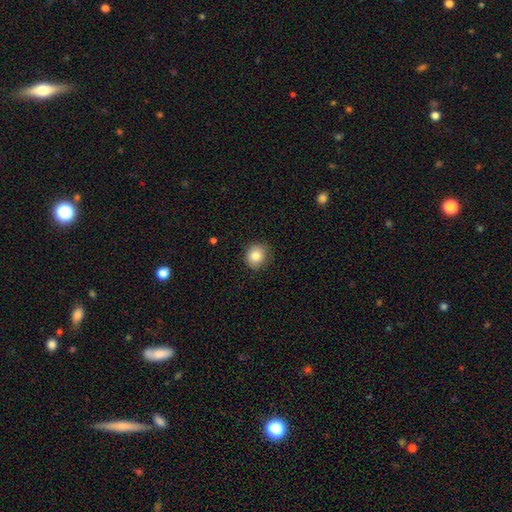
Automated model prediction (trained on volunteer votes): Smooth or featured?
  - smooth: 84% *
  - star or artifact: 9%
  - featured or disk: 7%
How rounded?
  - round: 86% *
  - in between: 13%
  - cigar-shaped: 1%
Merging?
  - none: 86% *
  - minor disturbance: 11%
  - major disturbance: 2%
  - merger: 1%